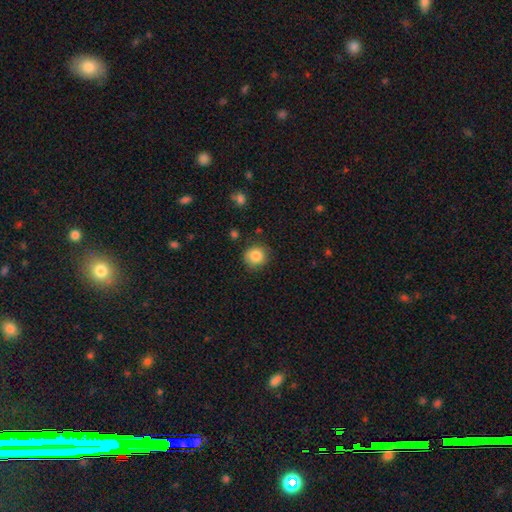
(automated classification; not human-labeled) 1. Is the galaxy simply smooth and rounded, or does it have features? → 85% smooth, 9% star or artifact, 5% featured or disk.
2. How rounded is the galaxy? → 89% round, 10% in between, 1% cigar-shaped.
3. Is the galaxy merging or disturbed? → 85% none, 11% minor disturbance, 3% major disturbance, 2% merger.